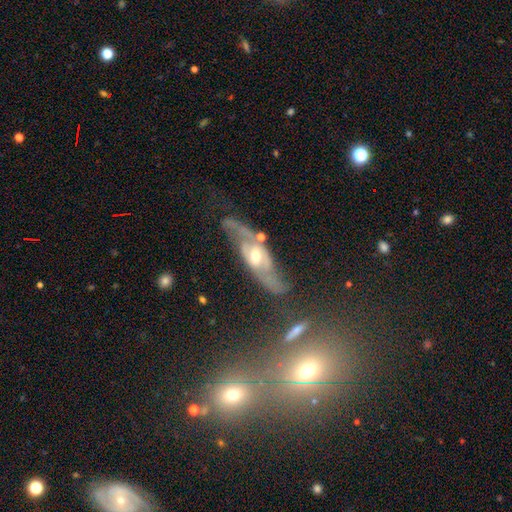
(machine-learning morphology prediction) smooth-or-featured: featured or disk: 75% | smooth: 15% | star or artifact: 10%
  disk-edge-on: no: 66% | yes: 34%
  merging: none: 63% | minor disturbance: 19% | major disturbance: 10% | merger: 7%